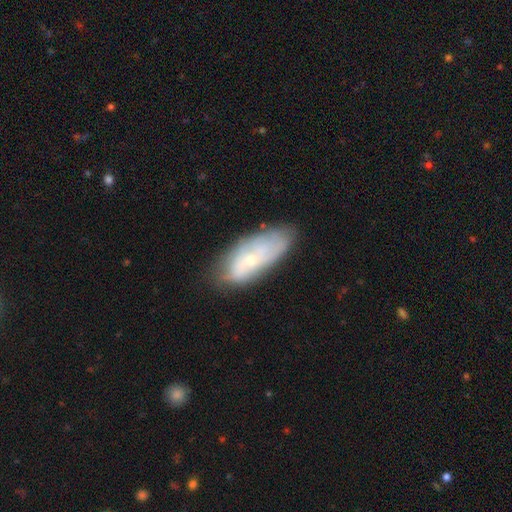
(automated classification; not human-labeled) This appears to be a featured or disk galaxy (50%). Merging: none (69%).